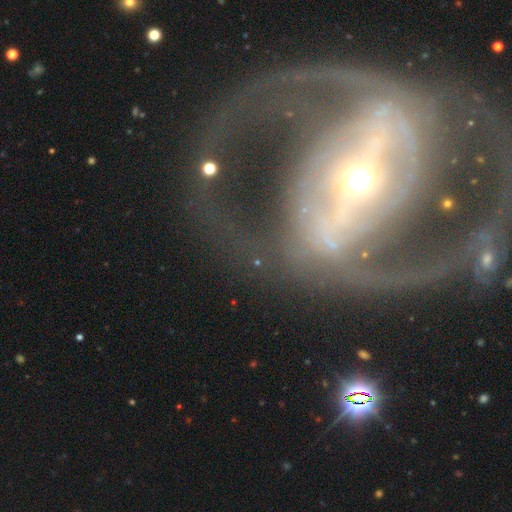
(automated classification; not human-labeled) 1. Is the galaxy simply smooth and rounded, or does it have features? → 88% featured or disk, 6% smooth, 6% star or artifact.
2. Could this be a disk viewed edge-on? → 94% no, 6% yes.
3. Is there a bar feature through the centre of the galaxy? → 72% strong, 18% weak, 10% no.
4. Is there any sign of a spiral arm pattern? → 82% yes, 18% no.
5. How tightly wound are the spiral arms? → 46% medium, 29% loose, 25% tight.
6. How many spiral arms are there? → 81% 2, 8% can't tell, 4% 3, 3% 1, 2% 4, 2% more than 4.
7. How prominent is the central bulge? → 51% moderate, 39% small, 7% large, 2% dominant, 1% none.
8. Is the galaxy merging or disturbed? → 63% none, 20% major disturbance, 13% minor disturbance, 4% merger.